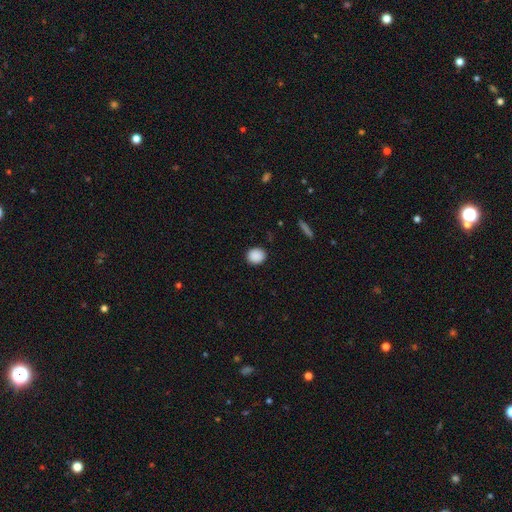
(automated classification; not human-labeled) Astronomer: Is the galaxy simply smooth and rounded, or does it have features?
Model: smooth — 89%.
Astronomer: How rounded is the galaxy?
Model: round — 78%.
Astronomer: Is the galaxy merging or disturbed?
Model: none — 90%.